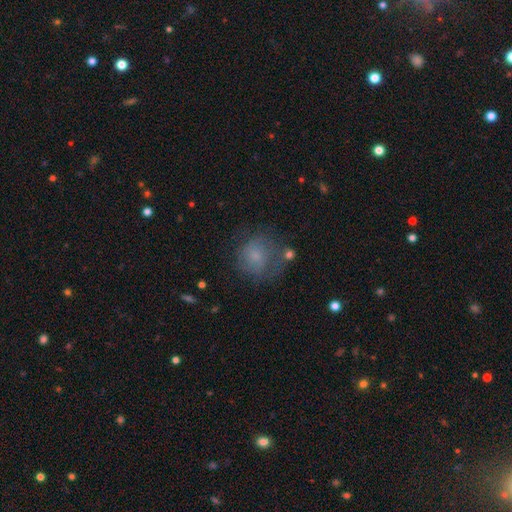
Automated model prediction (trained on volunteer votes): A smooth galaxy with no disk features (59%) that is round (81%). Merging: none (55%).